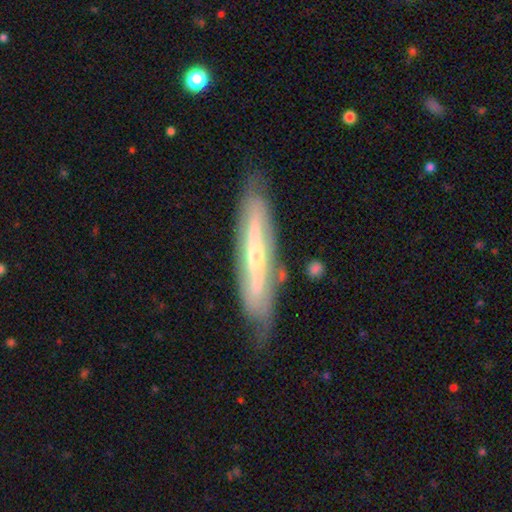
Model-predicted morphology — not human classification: Smooth or featured? Predicted: featured or disk (p=0.75). Edge-on disk? Predicted: yes (p=0.51). Merging? Predicted: none (p=0.72).